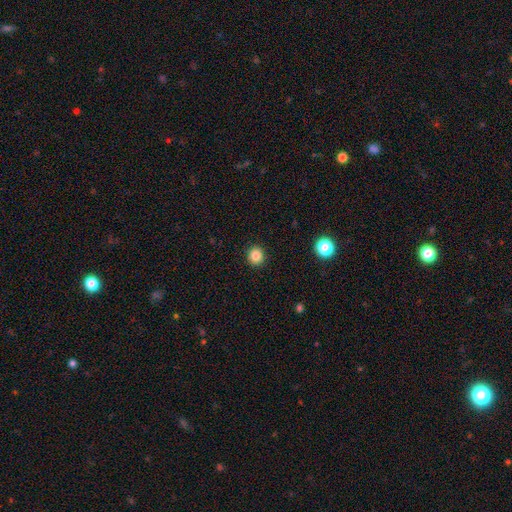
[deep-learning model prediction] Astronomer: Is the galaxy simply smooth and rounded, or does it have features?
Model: smooth — 84%.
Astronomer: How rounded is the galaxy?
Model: round — 90%.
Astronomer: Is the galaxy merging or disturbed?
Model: none — 92%.